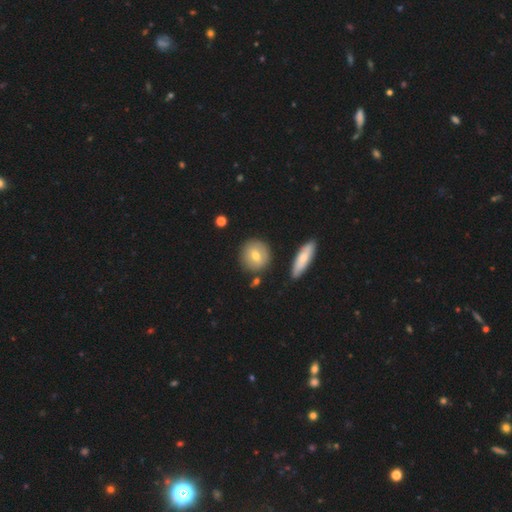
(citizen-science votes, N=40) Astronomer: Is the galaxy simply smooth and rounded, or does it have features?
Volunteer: smooth — 75%.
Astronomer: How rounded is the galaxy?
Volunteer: round — 77%.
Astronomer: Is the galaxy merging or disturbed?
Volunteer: none — 68%.